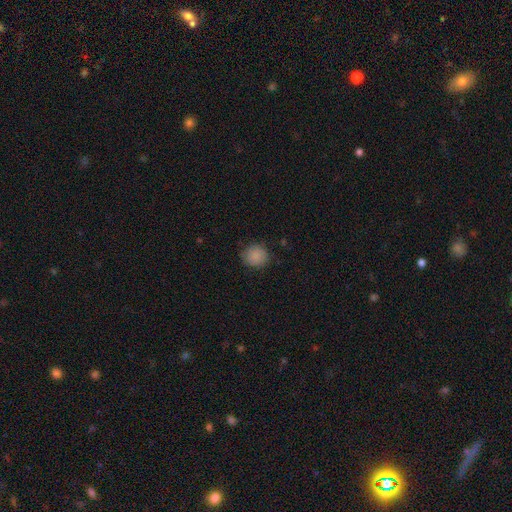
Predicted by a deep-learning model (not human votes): Smooth or featured? smooth (87%)
How rounded? round (89%)
Merging? none (84%)